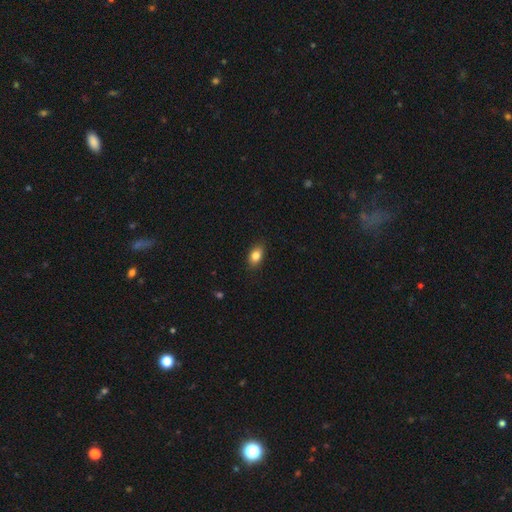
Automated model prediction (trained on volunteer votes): Q: Smooth or featured?
A: smooth (83%); runner-up: star or artifact (9%)
Q: How rounded?
A: in between (83%); runner-up: round (15%)
Q: Merging?
A: none (86%); runner-up: minor disturbance (11%)